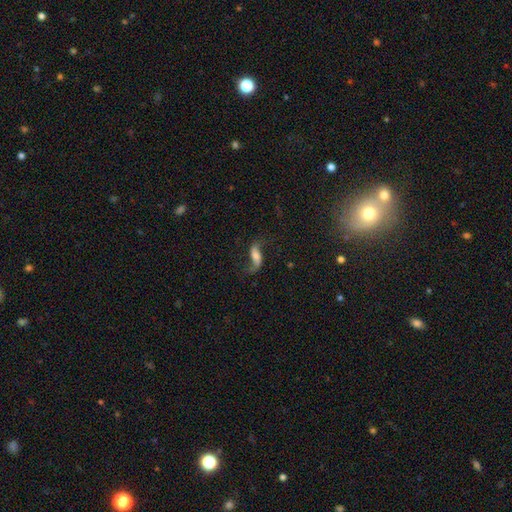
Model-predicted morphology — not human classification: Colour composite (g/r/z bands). It shows a featured or disk galaxy (72%) with no bar (42%), 2 (87%) loose (89%) spiral arms (92%) and a moderate central bulge (40%). Merging: none (65%).